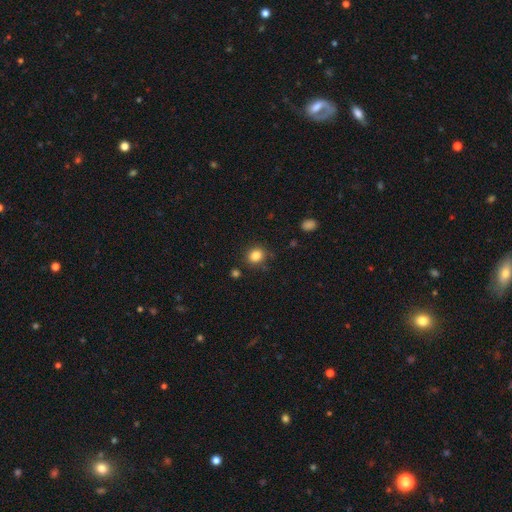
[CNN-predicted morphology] This appears to be a smooth galaxy with no disk features (84%) that is round (72%). Merging: none (83%).